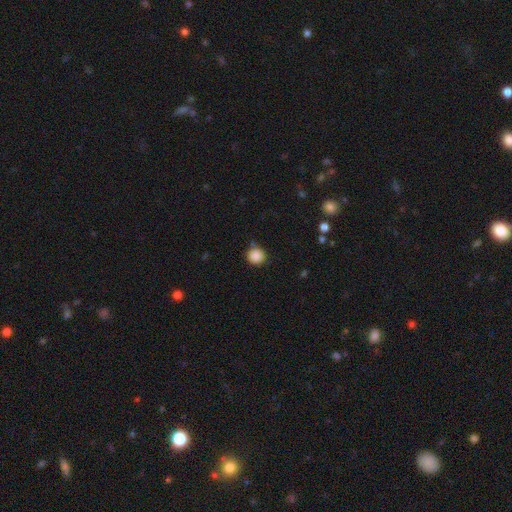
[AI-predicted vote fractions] The model was most divided on "merging": none: 82%, minor disturbance: 12%, merger: 3%, major disturbance: 3%. More confident: how rounded — round (94%); smooth or featured — smooth (87%).